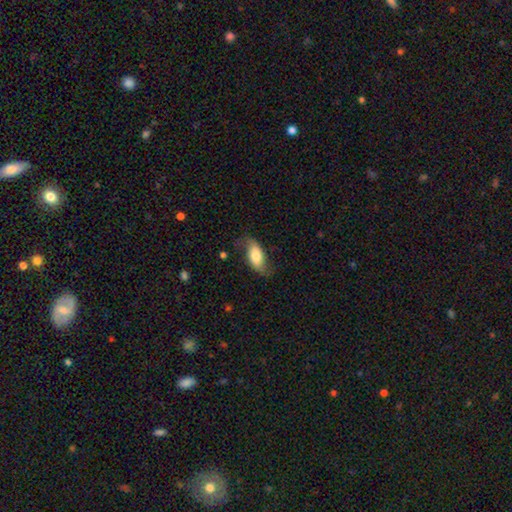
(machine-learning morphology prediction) A smooth galaxy with no disk features (60%) that is in between round and cigar-shaped (88%).

Vote fractions:
- Smooth or featured? smooth: 60% / featured or disk: 34% / star or artifact: 7%
- How rounded? in between: 88% / cigar-shaped: 8% / round: 4%
- Merging? none: 64% / minor disturbance: 25% / major disturbance: 10% / merger: 2%